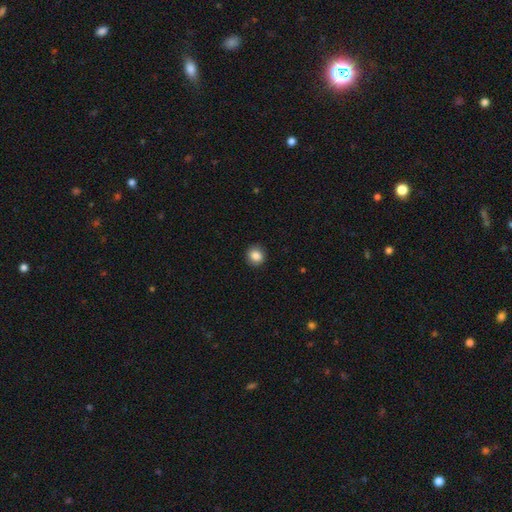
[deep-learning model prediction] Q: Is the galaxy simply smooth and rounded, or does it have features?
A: smooth — 86%.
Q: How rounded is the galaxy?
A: round — 87%.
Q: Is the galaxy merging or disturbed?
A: none — 91%.